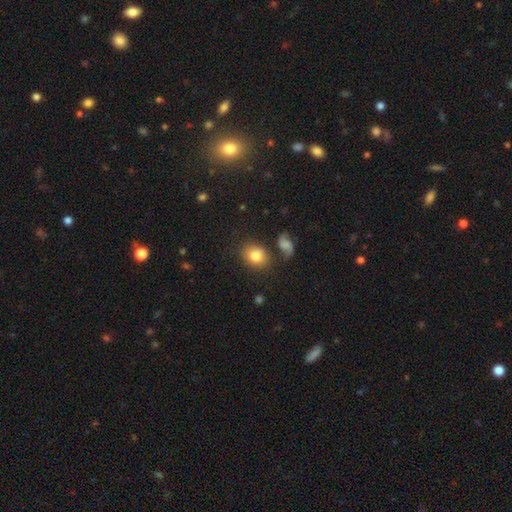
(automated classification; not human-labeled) Q: Smooth or featured?
A: smooth (81%); runner-up: featured or disk (10%)
Q: How rounded?
A: in between (50%); runner-up: round (49%)
Q: Merging?
A: none (72%); runner-up: minor disturbance (15%)